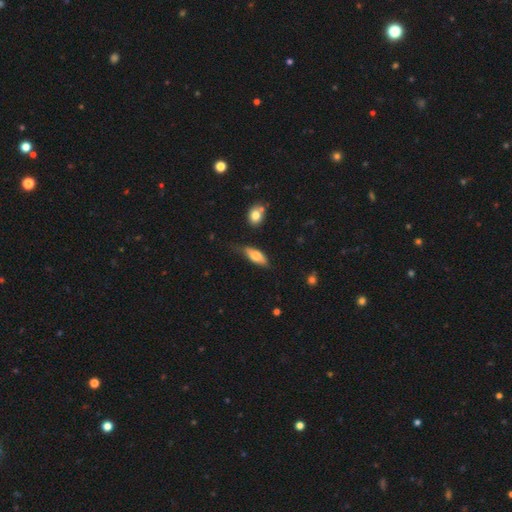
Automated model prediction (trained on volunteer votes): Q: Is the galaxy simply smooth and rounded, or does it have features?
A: smooth — 69%.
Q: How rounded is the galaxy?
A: in between — 73%.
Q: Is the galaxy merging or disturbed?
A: none — 53%.